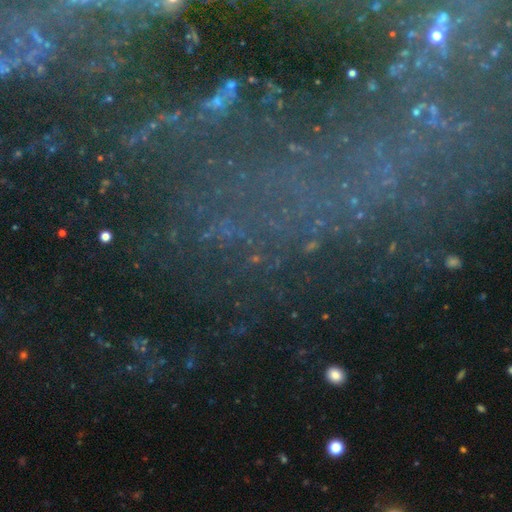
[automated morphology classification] Q: Smooth or featured?
A: star or artifact (56%); runner-up: featured or disk (29%)